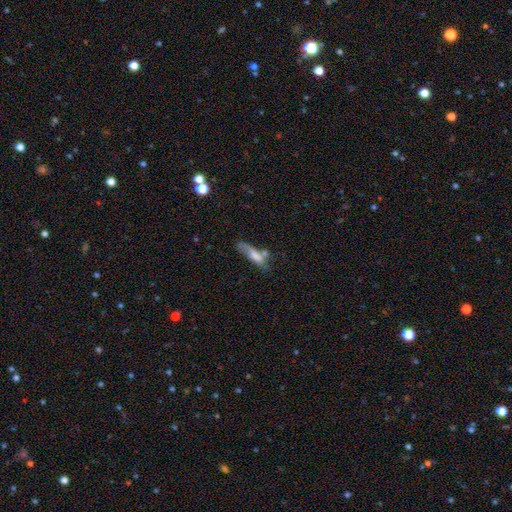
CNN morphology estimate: Smooth or featured: smooth — 61% (featured or disk — 30%)
How rounded: cigar-shaped — 59% (in between — 38%)
Merging: none — 35% (minor disturbance — 24%)